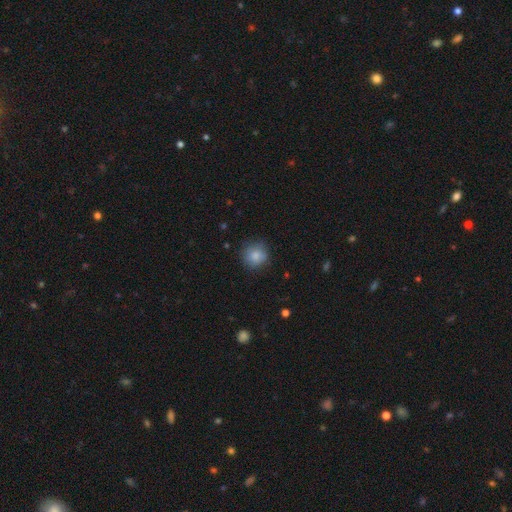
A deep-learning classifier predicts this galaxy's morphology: smooth-or-featured: smooth: 84% | star or artifact: 9% | featured or disk: 7%
  how-rounded: round: 89% | in between: 10% | cigar-shaped: 1%
  merging: none: 80% | minor disturbance: 15% | major disturbance: 4% | merger: 1%